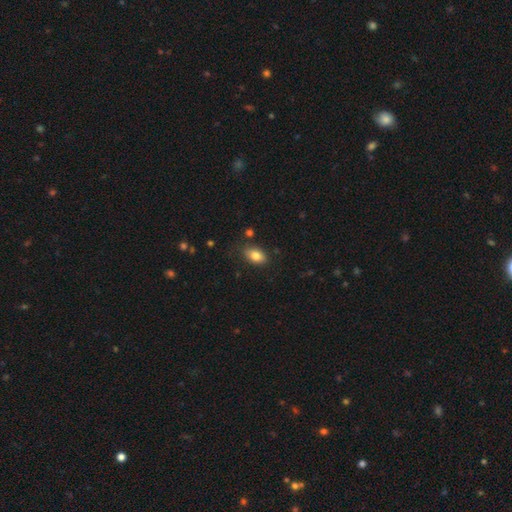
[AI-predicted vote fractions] This is clearly a smooth galaxy (82%). How rounded: clearly in between (89%). Merging: clearly none (81%).